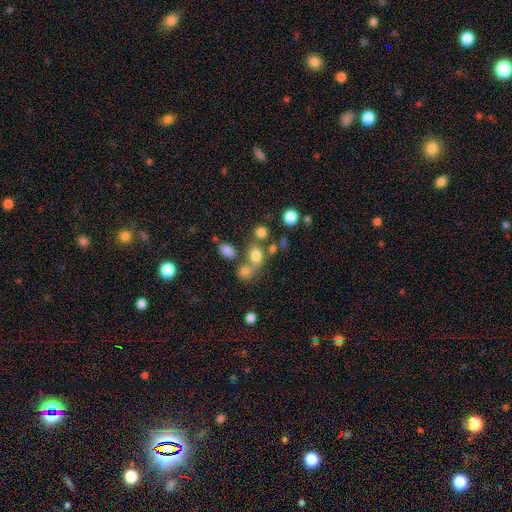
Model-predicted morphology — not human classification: This is likely a smooth galaxy (73%). How rounded: possibly round (59%). Merging: marginally none (41%, tied with merger).